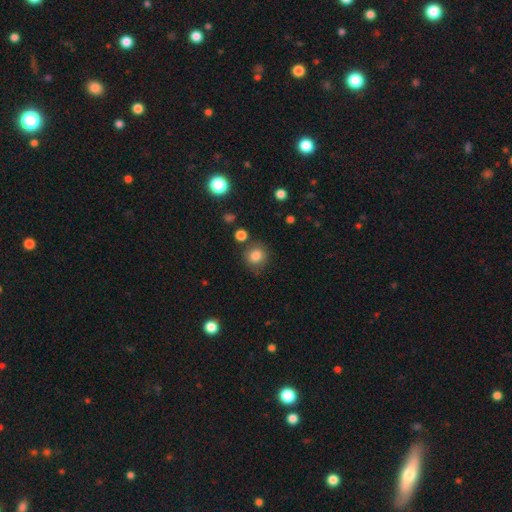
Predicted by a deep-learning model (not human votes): smooth-or-featured: smooth: 82% | star or artifact: 11% | featured or disk: 6%
  how-rounded: round: 85% | in between: 14% | cigar-shaped: 1%
  merging: none: 80% | minor disturbance: 12% | merger: 4% | major disturbance: 4%